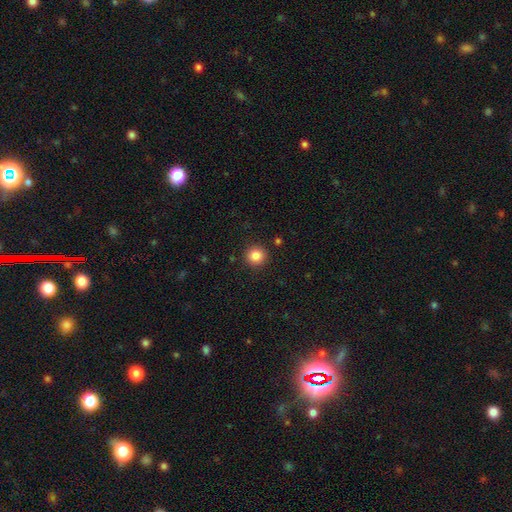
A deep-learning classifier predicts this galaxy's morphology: Q: Smooth or featured?
A: smooth (85%); runner-up: star or artifact (11%)
Q: How rounded?
A: round (94%); runner-up: in between (5%)
Q: Merging?
A: none (91%); runner-up: minor disturbance (5%)